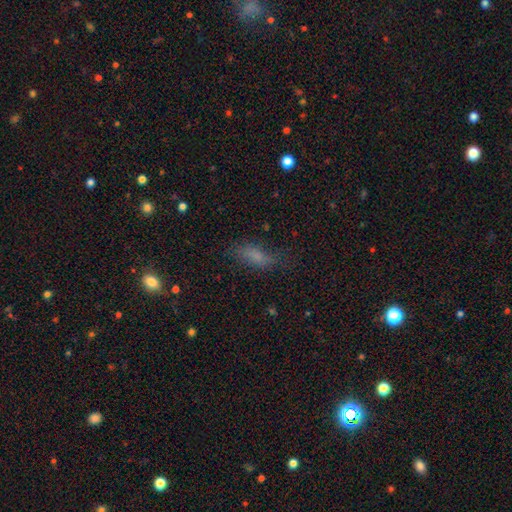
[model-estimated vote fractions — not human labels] Smooth or featured? smooth (70%)
How rounded? in between (67%)
Merging? none (62%)